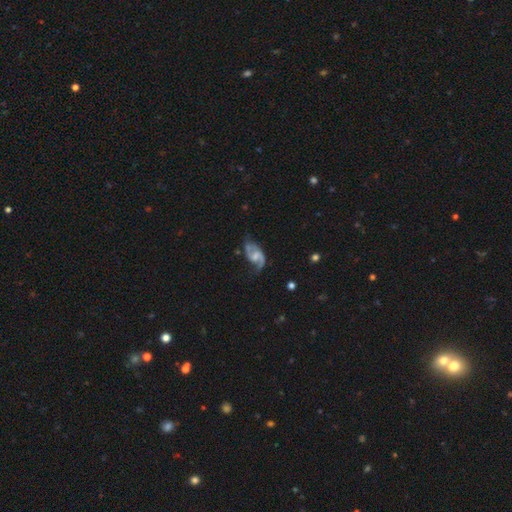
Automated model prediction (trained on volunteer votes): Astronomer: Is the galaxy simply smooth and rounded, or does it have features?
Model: featured or disk — 83%.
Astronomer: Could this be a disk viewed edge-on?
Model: no — 97%.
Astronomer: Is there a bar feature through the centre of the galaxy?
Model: weak — 48% (runner-up: no, 38%).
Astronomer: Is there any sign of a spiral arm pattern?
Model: yes — 94%.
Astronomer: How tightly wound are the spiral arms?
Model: loose — 46% (runner-up: medium, 42%).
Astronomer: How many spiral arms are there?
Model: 2 — 86%.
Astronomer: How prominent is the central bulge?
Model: small — 35% (runner-up: none, 30%).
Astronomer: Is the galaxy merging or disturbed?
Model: none — 54%.